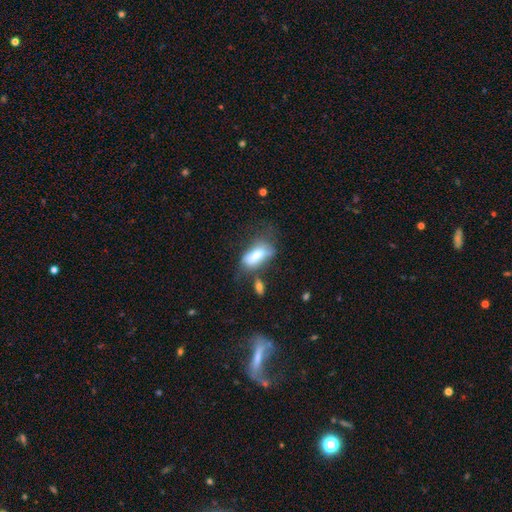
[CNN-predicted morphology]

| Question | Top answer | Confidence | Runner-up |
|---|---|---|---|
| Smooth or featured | smooth | 69% | featured or disk (23%) |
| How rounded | in between | 83% | cigar-shaped (14%) |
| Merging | none | 32% | major disturbance (28%) |